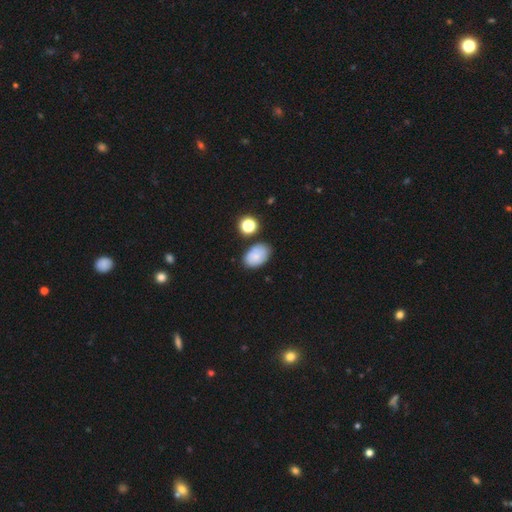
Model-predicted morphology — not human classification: smooth-or-featured: smooth: 74% | featured or disk: 16% | star or artifact: 10%
  how-rounded: in between: 87% | round: 12% | cigar-shaped: 1%
  merging: none: 71% | minor disturbance: 18% | merger: 6% | major disturbance: 4%